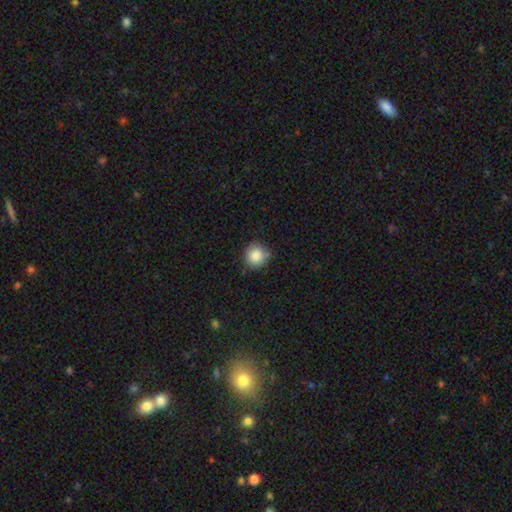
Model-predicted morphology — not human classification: This appears to be a smooth galaxy with no disk features (86%) that is round (91%). Merging: none (77%).